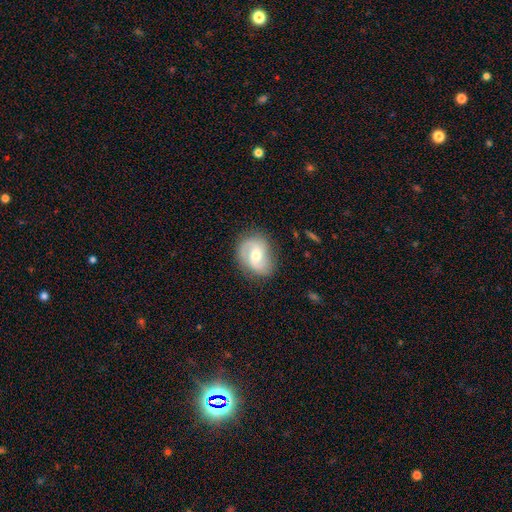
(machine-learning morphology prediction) This appears to be a featured or disk galaxy (68%) with a weak bar (44%), 2 (75%) medium (45%) spiral arms (89%) and a moderate central bulge (62%). Merging: none (74%).